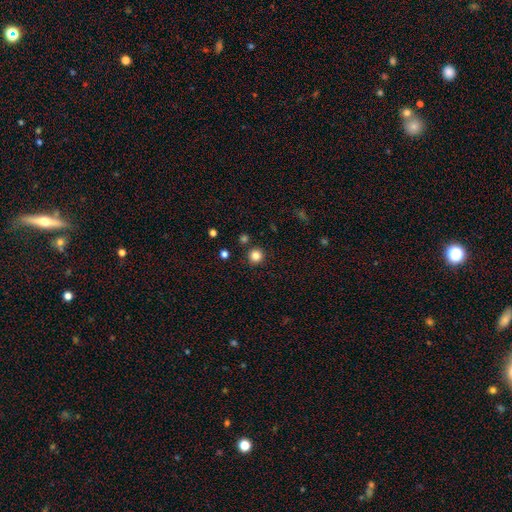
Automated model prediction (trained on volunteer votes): The model was most divided on "smooth or featured": smooth: 83%, star or artifact: 12%, featured or disk: 5%. More confident: how rounded — round (95%); merging — none (90%).